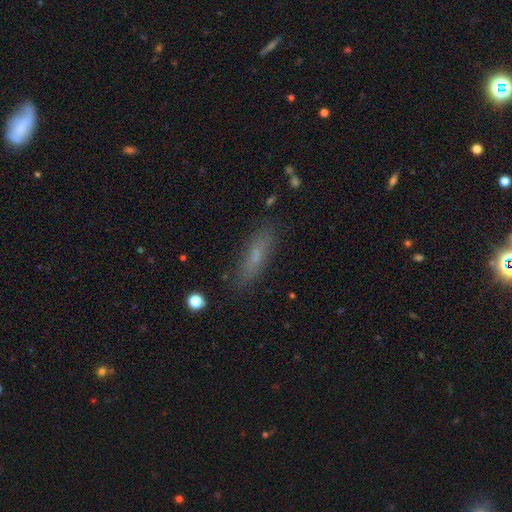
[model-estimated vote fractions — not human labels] Morphology: type=smooth (66%); roundness=cigar-shaped (70%); merging=none (84%).